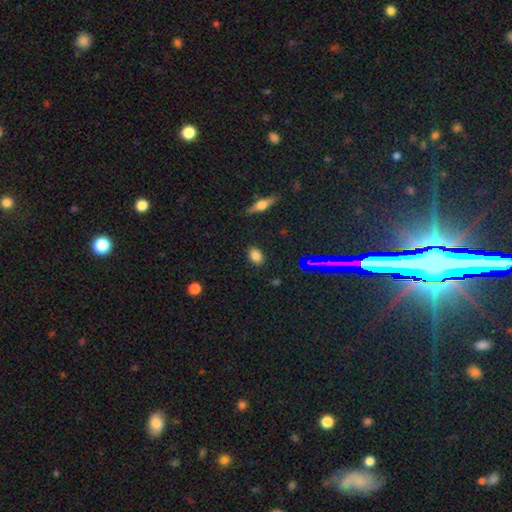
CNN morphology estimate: Smooth or featured? smooth (79%)
How rounded? in between (77%)
Merging? none (87%)